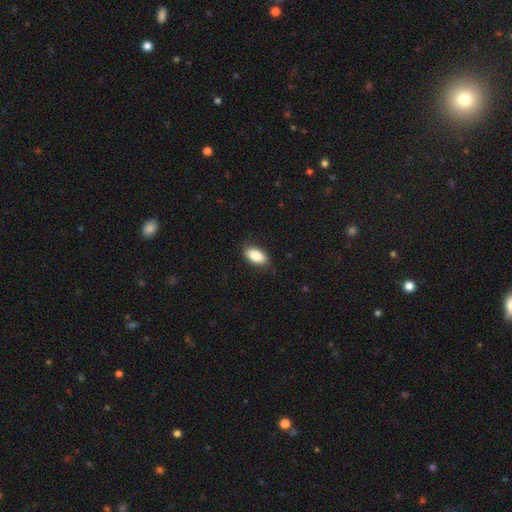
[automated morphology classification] smooth 86%, featured or disk 8%, star or artifact 7%. Down the decision tree: how rounded — in between (92%); merging — none (84%).